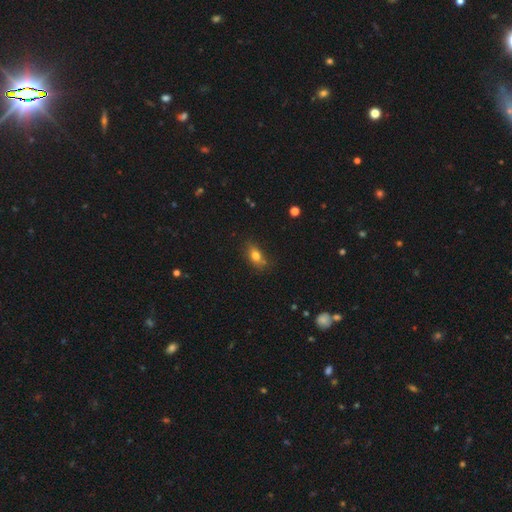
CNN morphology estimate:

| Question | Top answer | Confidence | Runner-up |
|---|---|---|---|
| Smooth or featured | smooth | 77% | featured or disk (12%) |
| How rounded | in between | 79% | round (15%) |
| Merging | none | 72% | minor disturbance (19%) |